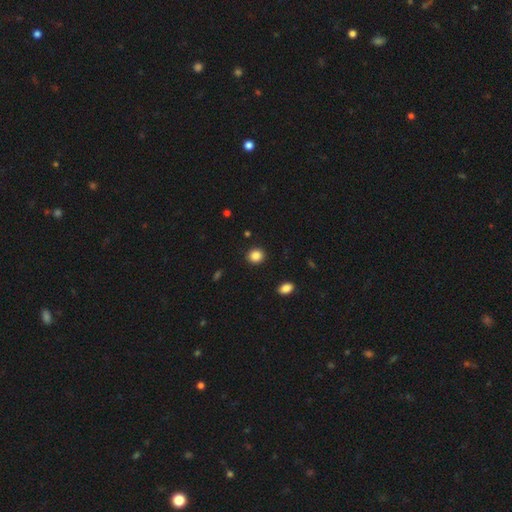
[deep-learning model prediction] The model was most divided on "how rounded": round: 84%, in between: 15%, cigar-shaped: 1%. More confident: merging — none (92%); smooth or featured — smooth (86%).